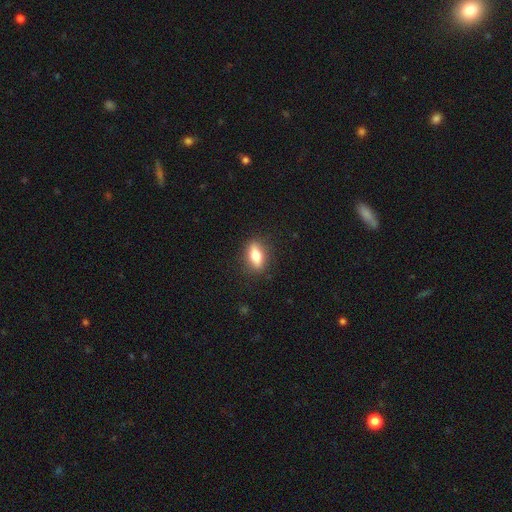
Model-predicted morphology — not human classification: The model was most divided on "smooth or featured": smooth: 67%, featured or disk: 26%, star or artifact: 8%. More confident: merging — none (86%); how rounded — in between (69%).